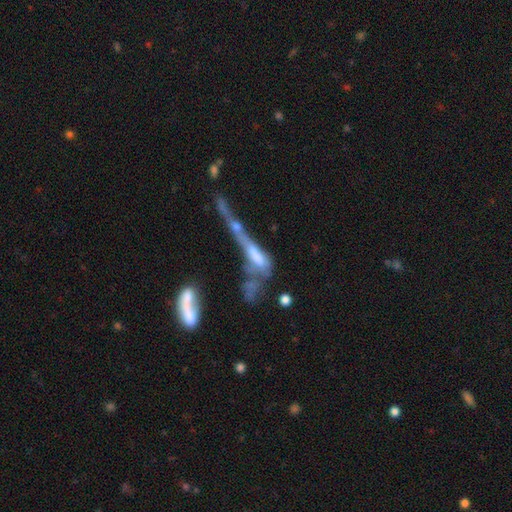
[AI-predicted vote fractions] The model was most divided on "smooth or featured": featured or disk: 44%, smooth: 43%, star or artifact: 14%. More confident: merging — merger (54%).